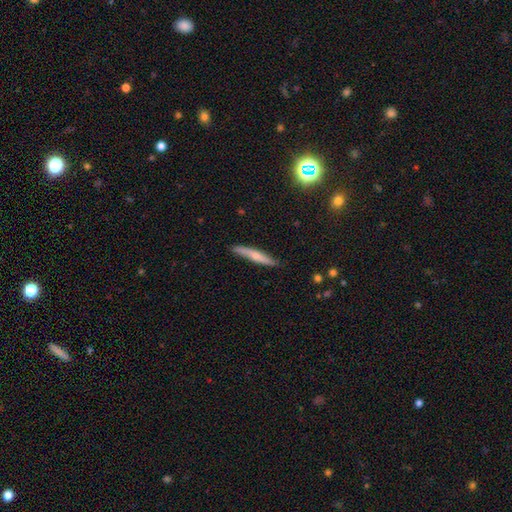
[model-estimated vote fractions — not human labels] smooth_or_featured: smooth (p=0.57) [alt: featured or disk p=0.37]
how_rounded: cigar-shaped (p=0.93) [alt: in between p=0.06]
merging: none (p=0.85) [alt: minor disturbance p=0.12]